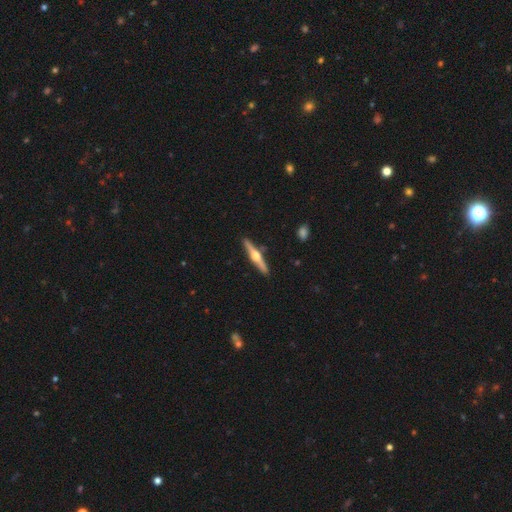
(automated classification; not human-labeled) Overall: featured or disk (74%). Edge-on disk: yes (98%). Edge-on bulge: rounded (96%). Merging: none (89%).